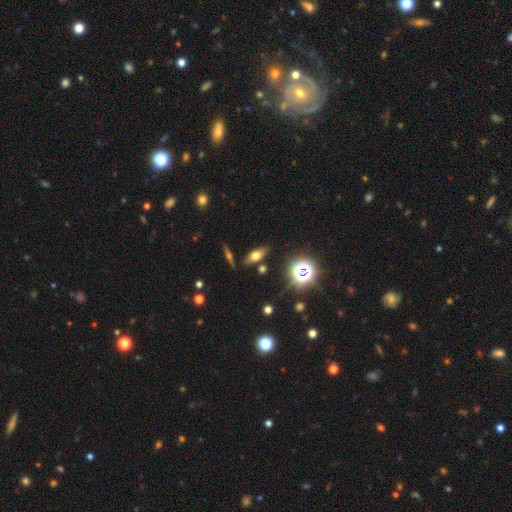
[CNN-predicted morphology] smooth_or_featured: smooth (p=0.49) [alt: featured or disk p=0.33]
merging: none (p=0.80) [alt: minor disturbance p=0.11]